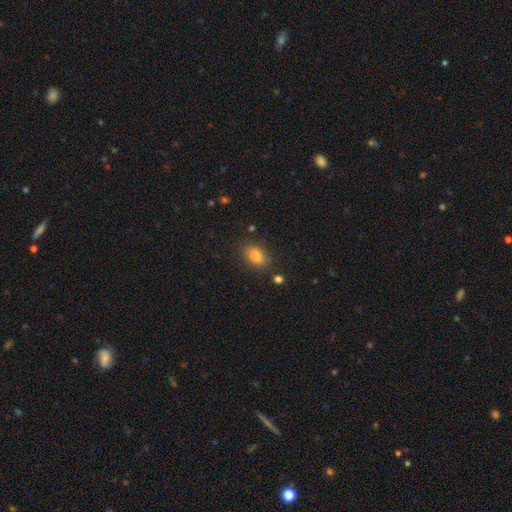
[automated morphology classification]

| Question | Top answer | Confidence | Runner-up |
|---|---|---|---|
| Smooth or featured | smooth | 84% | star or artifact (9%) |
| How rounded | in between | 84% | round (13%) |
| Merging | none | 78% | minor disturbance (14%) |